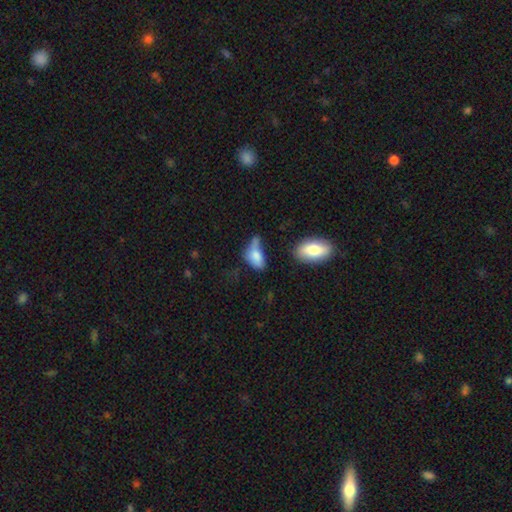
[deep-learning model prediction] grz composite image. It shows a smooth galaxy with no disk features (76%) that is in between round and cigar-shaped (88%). Merging: minor disturbance (27%, tied with none).